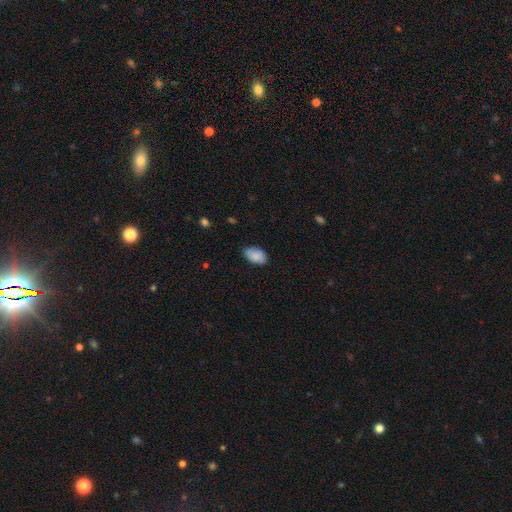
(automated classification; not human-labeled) Smooth or featured: smooth — 86% (featured or disk — 8%)
How rounded: in between — 92% (round — 6%)
Merging: none — 79% (minor disturbance — 17%)